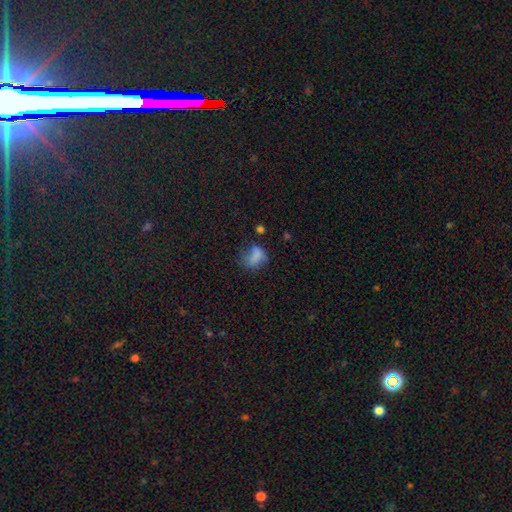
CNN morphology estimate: Q: Smooth or featured?
A: smooth (67%); runner-up: featured or disk (19%)
Q: How rounded?
A: in between (72%); runner-up: round (25%)
Q: Merging?
A: major disturbance (35%); runner-up: none (32%)